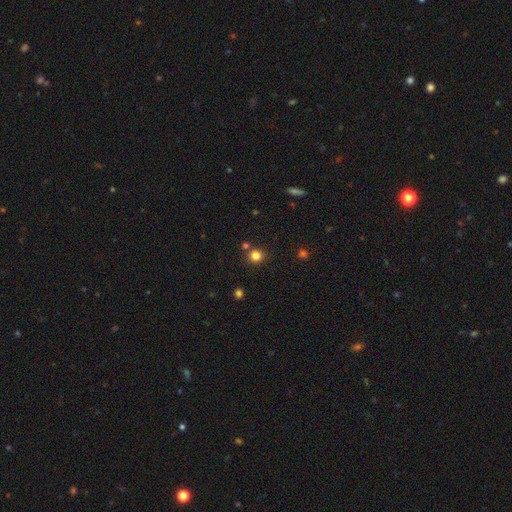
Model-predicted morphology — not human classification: smooth-or-featured: smooth: 80% | star or artifact: 15% | featured or disk: 5%
  how-rounded: round: 90% | in between: 9% | cigar-shaped: 1%
  merging: none: 79% | merger: 10% | minor disturbance: 8% | major disturbance: 3%